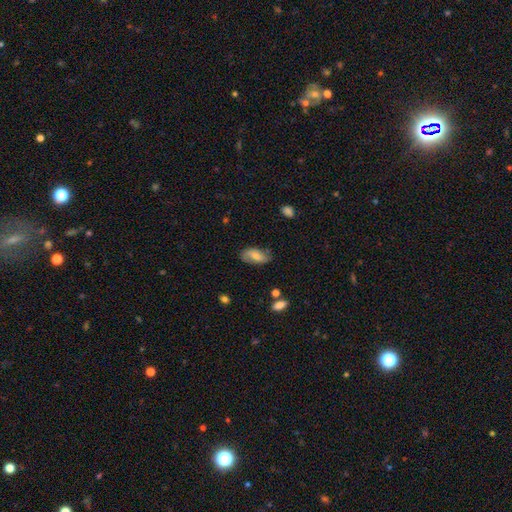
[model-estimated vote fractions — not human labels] A smooth galaxy with no disk features (49%). Merging: none (68%).